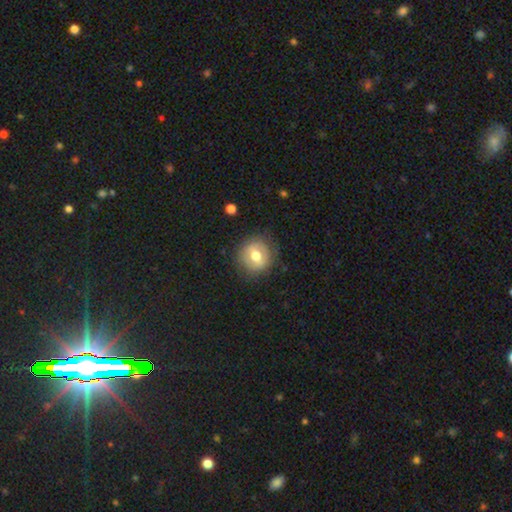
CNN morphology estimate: smooth_or_featured: smooth (p=0.55) [alt: featured or disk p=0.36]
how_rounded: round (p=0.88) [alt: in between p=0.11]
merging: none (p=0.81) [alt: minor disturbance p=0.13]